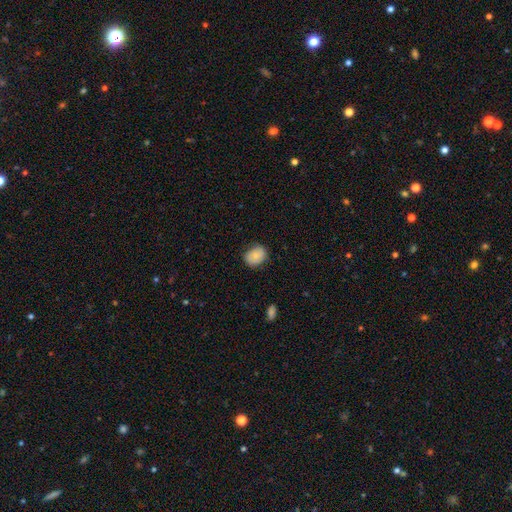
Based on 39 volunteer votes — This is likely a smooth galaxy (74%). How rounded: likely in between (66%). Merging: possibly none (46%).